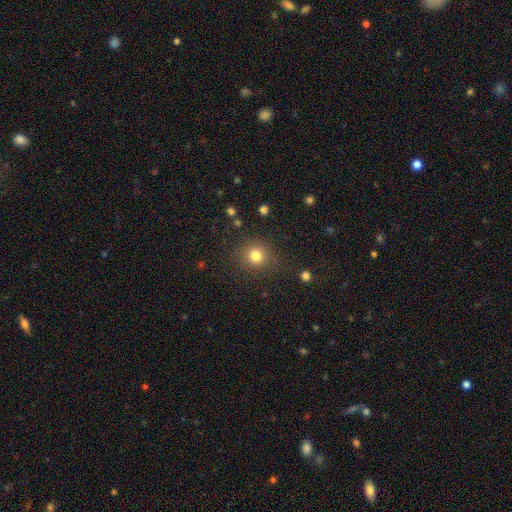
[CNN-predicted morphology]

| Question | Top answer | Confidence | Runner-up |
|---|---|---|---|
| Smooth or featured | smooth | 80% | star or artifact (14%) |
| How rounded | round | 90% | in between (9%) |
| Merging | none | 86% | minor disturbance (9%) |